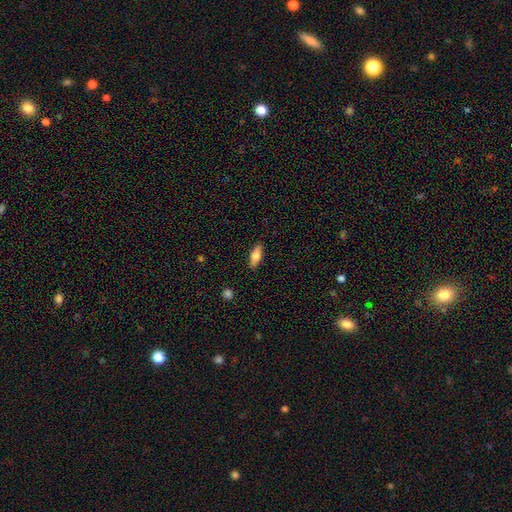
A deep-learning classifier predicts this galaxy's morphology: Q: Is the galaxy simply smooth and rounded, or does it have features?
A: smooth — 71%.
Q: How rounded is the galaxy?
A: in between — 66%.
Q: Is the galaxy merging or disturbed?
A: none — 87%.